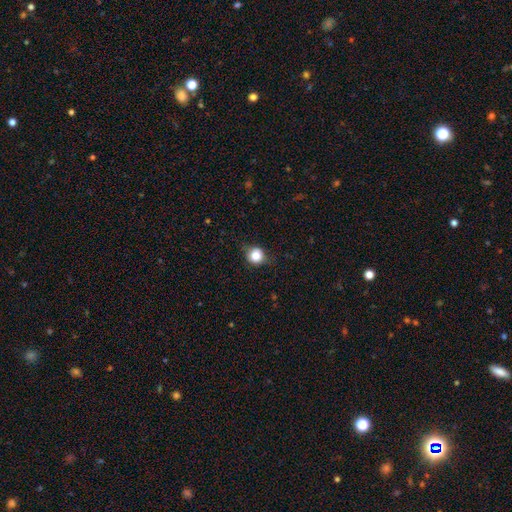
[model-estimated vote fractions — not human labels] smooth 78%, star or artifact 11%, featured or disk 10%. Down the decision tree: how rounded — round (86%); merging — none (76%).